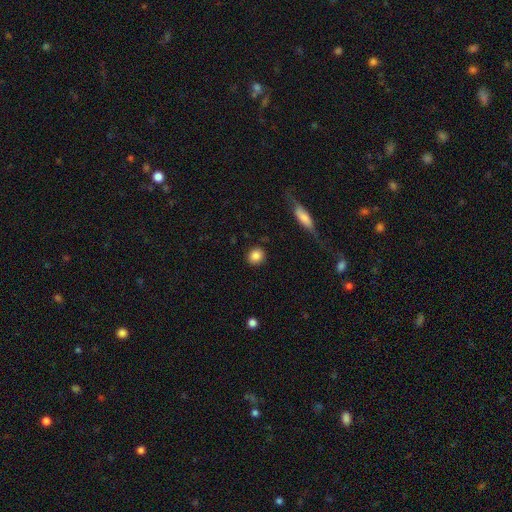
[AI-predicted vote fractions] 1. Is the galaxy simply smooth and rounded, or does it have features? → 86% smooth, 9% star or artifact, 5% featured or disk.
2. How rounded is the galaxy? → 80% round, 18% in between, 2% cigar-shaped.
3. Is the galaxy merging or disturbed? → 89% none, 7% minor disturbance, 2% major disturbance, 2% merger.